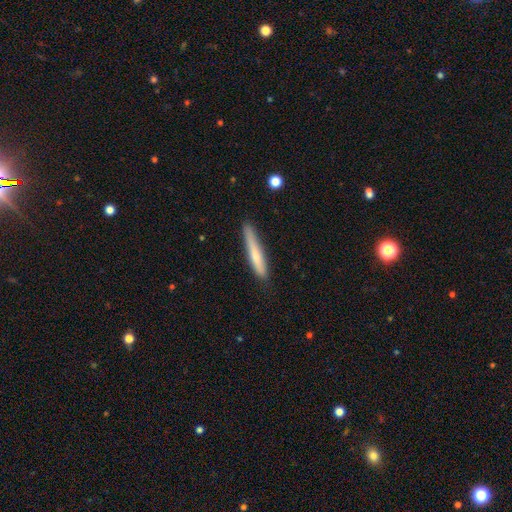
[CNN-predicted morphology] type=smooth (66%); roundness=cigar-shaped (93%); merging=none (80%).